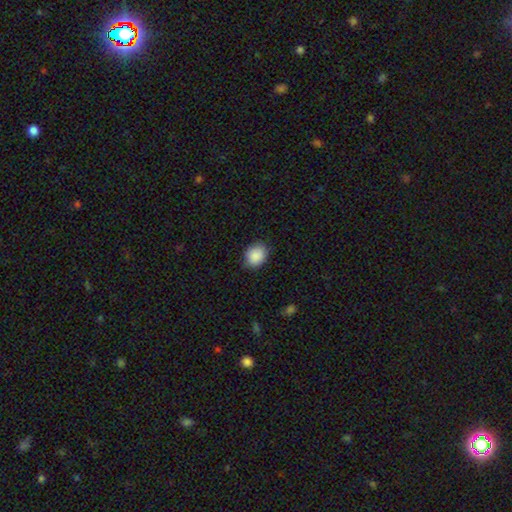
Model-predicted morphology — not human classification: Smooth or featured? smooth (89%)
How rounded? round (54%)
Merging? none (83%)